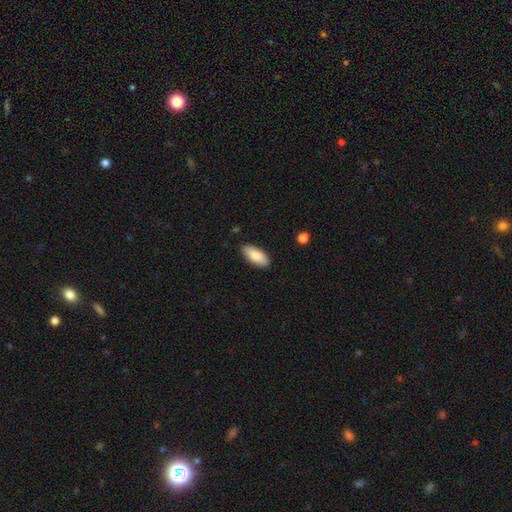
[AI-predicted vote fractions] smooth 84%, featured or disk 10%, star or artifact 6%. Down the decision tree: how rounded — in between (87%); merging — none (87%).